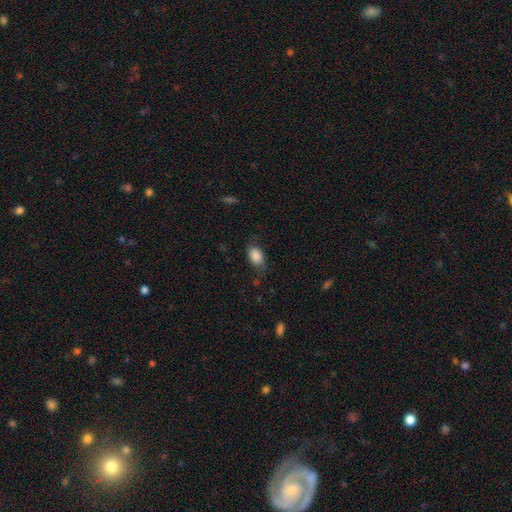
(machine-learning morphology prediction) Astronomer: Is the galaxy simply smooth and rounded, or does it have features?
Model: smooth — 84%.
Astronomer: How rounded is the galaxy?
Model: in between — 87%.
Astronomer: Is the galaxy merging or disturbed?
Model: none — 63%.